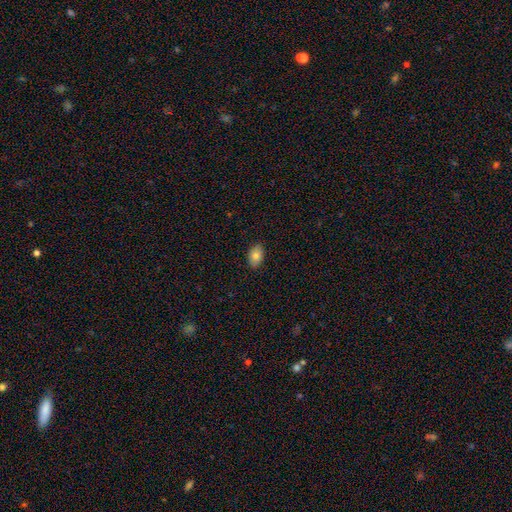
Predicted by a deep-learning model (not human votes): Smooth or featured? smooth (81%)
How rounded? in between (87%)
Merging? none (88%)